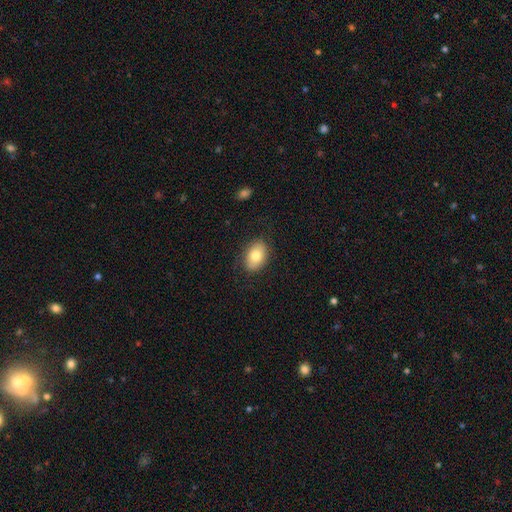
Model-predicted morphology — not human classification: Overall: smooth (78%). How rounded: in between (82%). Merging: none (85%).